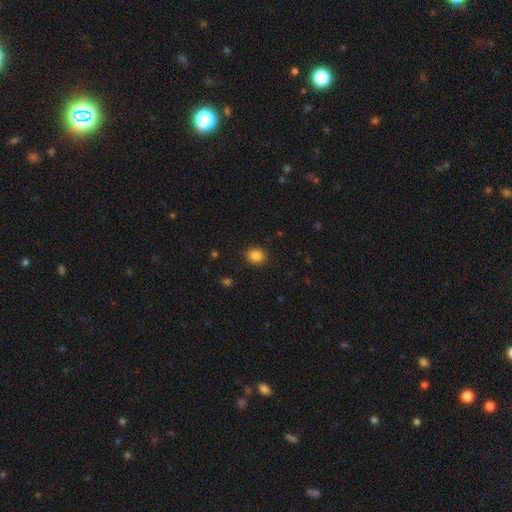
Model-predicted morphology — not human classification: Q: Smooth or featured?
A: smooth (86%); runner-up: star or artifact (10%)
Q: How rounded?
A: round (59%); runner-up: in between (40%)
Q: Merging?
A: none (90%); runner-up: minor disturbance (7%)